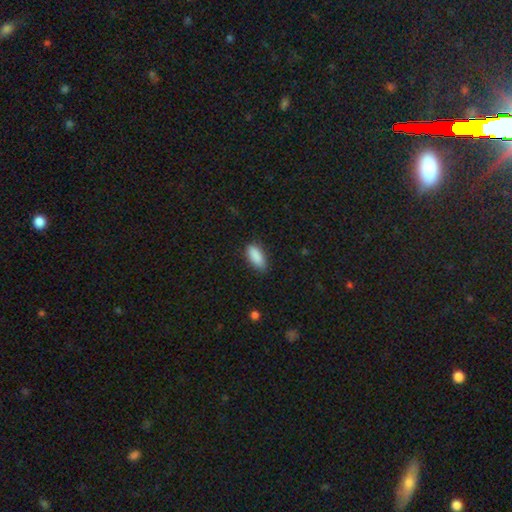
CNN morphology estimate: smooth_or_featured: smooth (p=0.89) [alt: star or artifact p=0.07]
how_rounded: in between (p=0.82) [alt: cigar-shaped p=0.16]
merging: none (p=0.80) [alt: minor disturbance p=0.16]